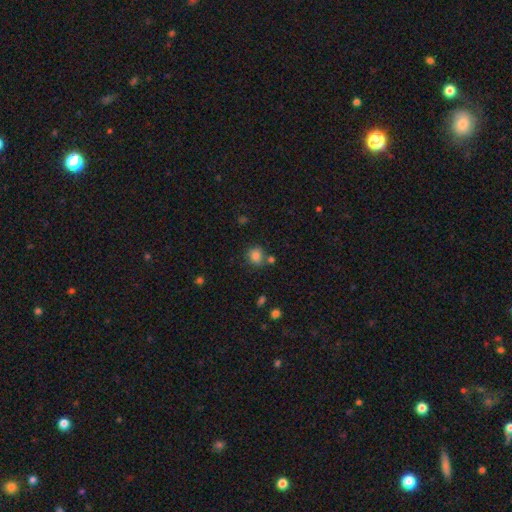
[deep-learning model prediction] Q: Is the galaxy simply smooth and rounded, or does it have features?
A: smooth — 82%.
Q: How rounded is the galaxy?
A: round — 81%.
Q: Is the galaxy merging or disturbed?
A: none — 73%.